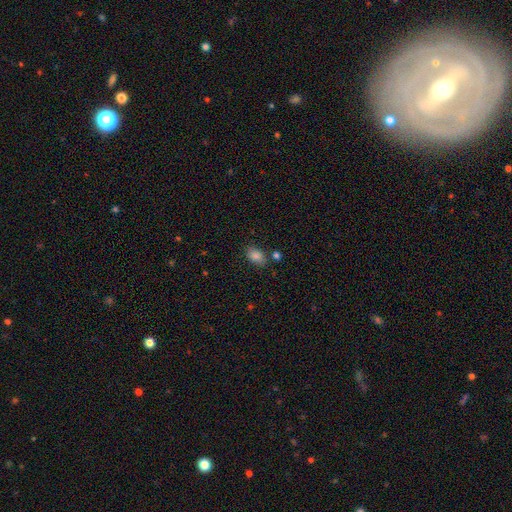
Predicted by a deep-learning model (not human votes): A smooth galaxy with no disk features (85%) that is in between round and cigar-shaped (84%). Merging: none (76%).